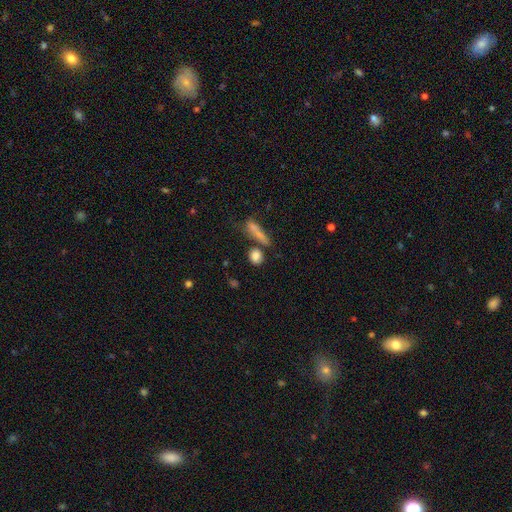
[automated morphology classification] Q: Smooth or featured?
A: smooth (83%); runner-up: star or artifact (10%)
Q: How rounded?
A: round (66%); runner-up: in between (24%)
Q: Merging?
A: none (68%); runner-up: merger (16%)